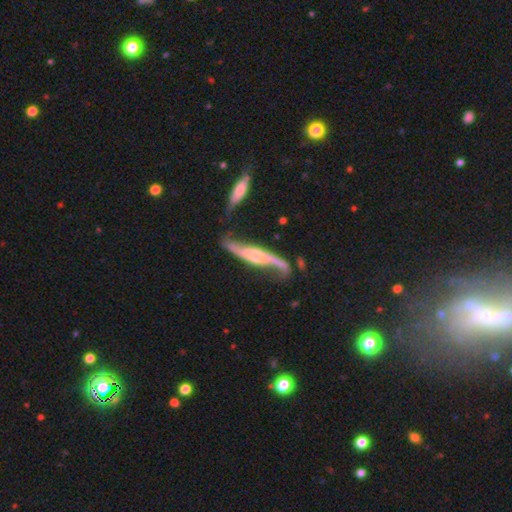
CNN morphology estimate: featured or disk 85%, smooth 10%, star or artifact 5%. Down the decision tree: edge-on disk — no (63%); bar — no (49%); spiral arms — yes (94%); spiral arm count — 2 (91%); spiral winding — loose (84%); bulge size — moderate (42%); merging — none (56%).